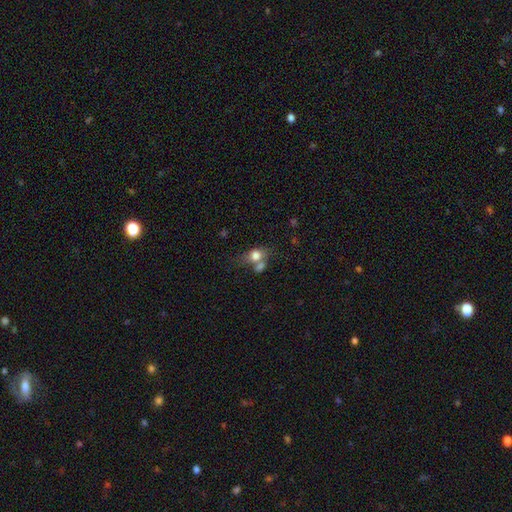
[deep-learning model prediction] Smooth or featured: smooth — 75% (featured or disk — 15%)
How rounded: in between — 57% (round — 40%)
Merging: merger — 45% (none — 34%)